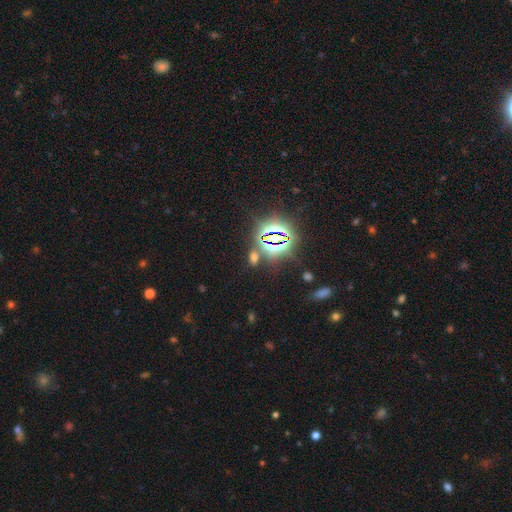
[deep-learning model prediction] Smooth or featured?
  - star or artifact: 77% *
  - smooth: 14%
  - featured or disk: 9%